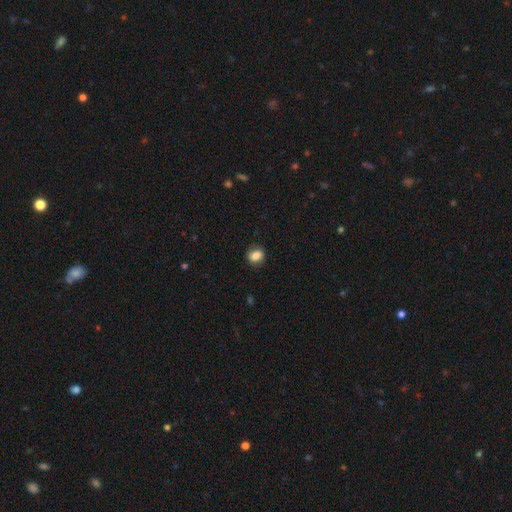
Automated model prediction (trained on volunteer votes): A smooth galaxy with no disk features (84%) that is round (50%).

Vote fractions:
- Smooth or featured? smooth: 84% / star or artifact: 9% / featured or disk: 7%
- How rounded? round: 50% / in between: 49% / cigar-shaped: 1%
- Merging? none: 82% / minor disturbance: 13% / major disturbance: 4% / merger: 1%